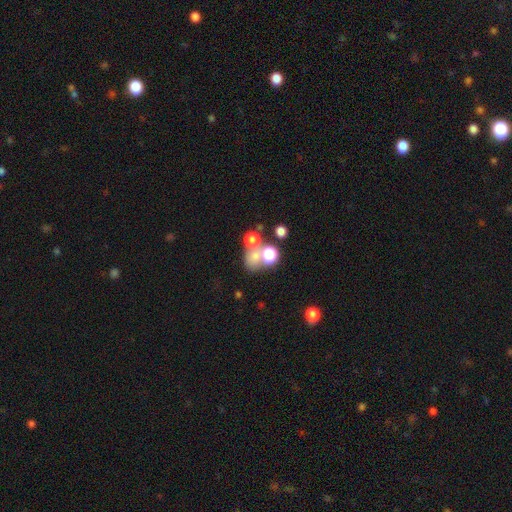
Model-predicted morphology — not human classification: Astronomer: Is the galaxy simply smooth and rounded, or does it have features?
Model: smooth — 61%.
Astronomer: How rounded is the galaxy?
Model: round — 68%.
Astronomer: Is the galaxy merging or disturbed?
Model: merger — 44% (runner-up: none, 38%).